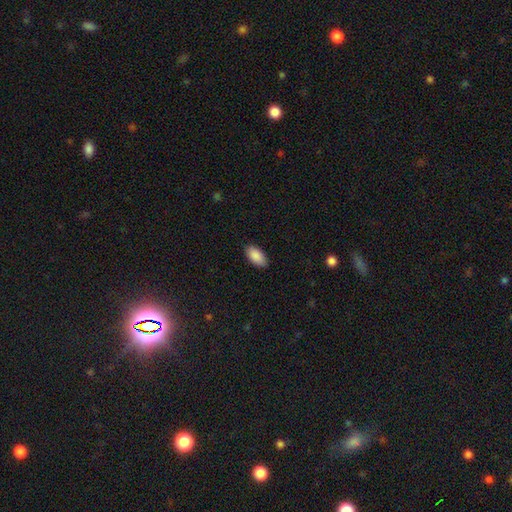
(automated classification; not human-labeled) Morphology: type=smooth (90%); roundness=in between (94%); merging=none (87%).